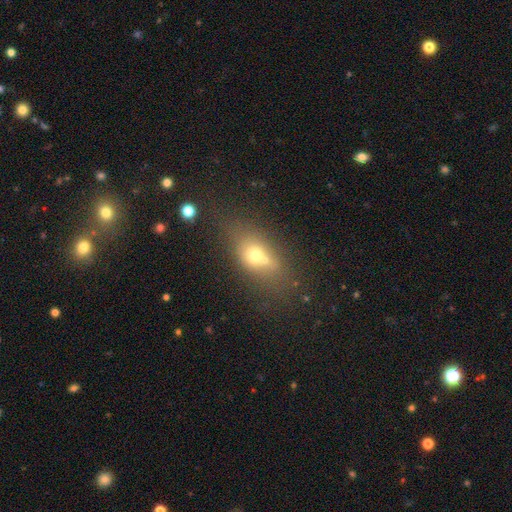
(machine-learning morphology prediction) type=smooth (57%); roundness=in between (63%); merging=merger (42%).